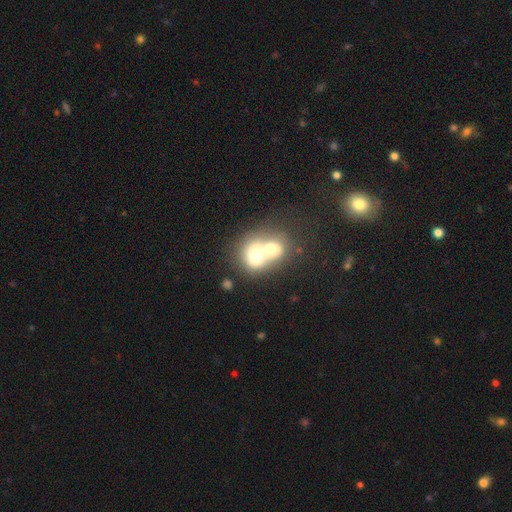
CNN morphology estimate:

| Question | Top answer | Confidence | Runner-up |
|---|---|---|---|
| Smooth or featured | smooth | 64% | featured or disk (26%) |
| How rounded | round | 62% | in between (37%) |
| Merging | merger | 77% | none (14%) |